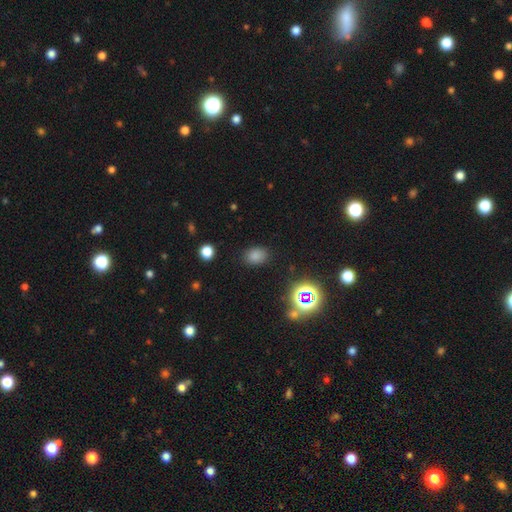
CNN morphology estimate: Overall: smooth (76%). How rounded: in between (71%). Merging: none (84%).